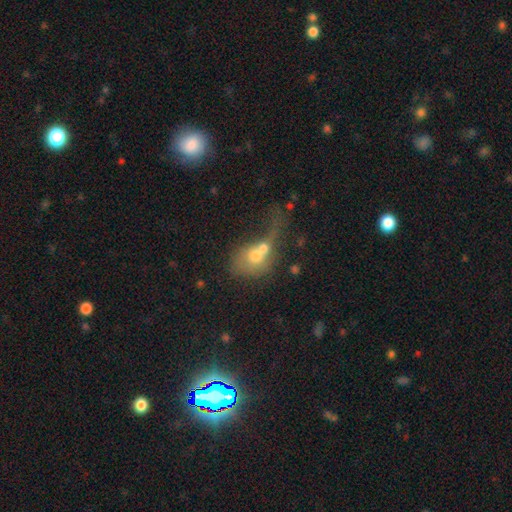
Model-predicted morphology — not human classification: Overall: smooth (62%; featured or disk 29%). How rounded: in between (49%, tied with round). Merging: merger (62%).